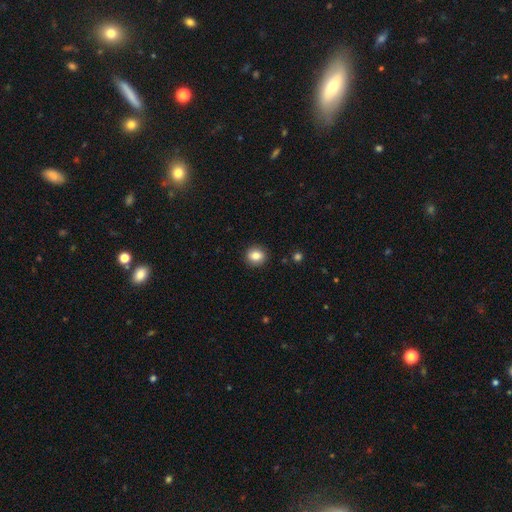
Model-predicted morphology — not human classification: The model was most divided on "how rounded": round: 75%, in between: 24%, cigar-shaped: 1%. More confident: merging — none (90%); smooth or featured — smooth (83%).